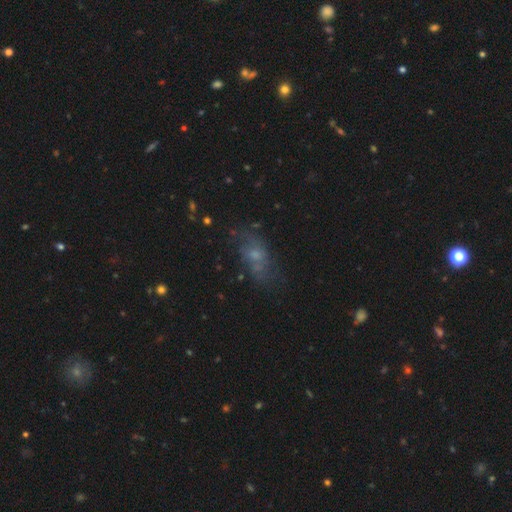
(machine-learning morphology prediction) The model was most divided on "smooth or featured": featured or disk: 43%, smooth: 39%, star or artifact: 17%. More confident: merging — none (57%).